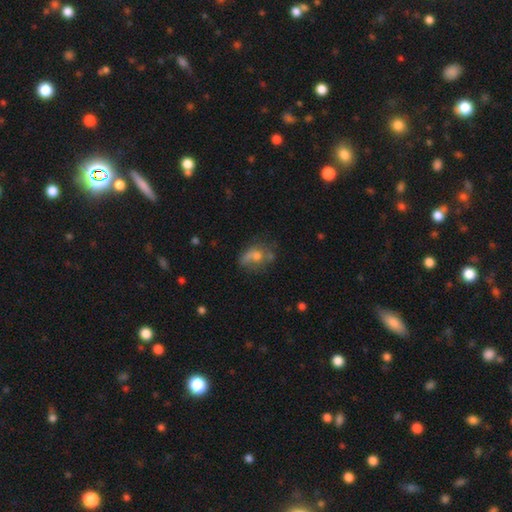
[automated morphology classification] smooth 48%, featured or disk 36%, star or artifact 16%. Down the decision tree: merging — none (45%).